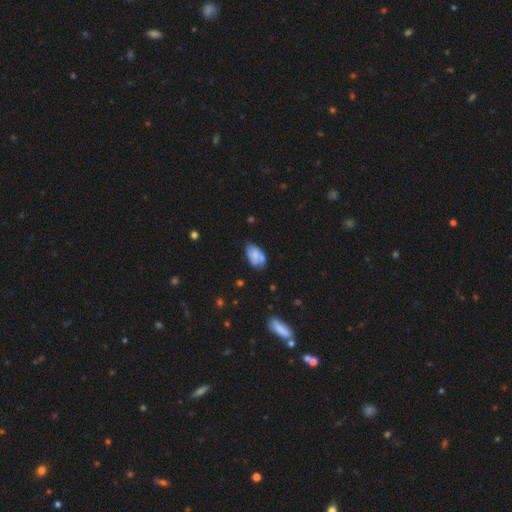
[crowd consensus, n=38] Smooth or featured?
  - smooth: 66% *
  - featured or disk: 29%
  - star or artifact: 5%
How rounded?
  - in between: 92% *
  - round: 8%
  - cigar-shaped: 0%
Merging?
  - minor disturbance: 58% *
  - none: 33%
  - major disturbance: 6%
  - merger: 3%